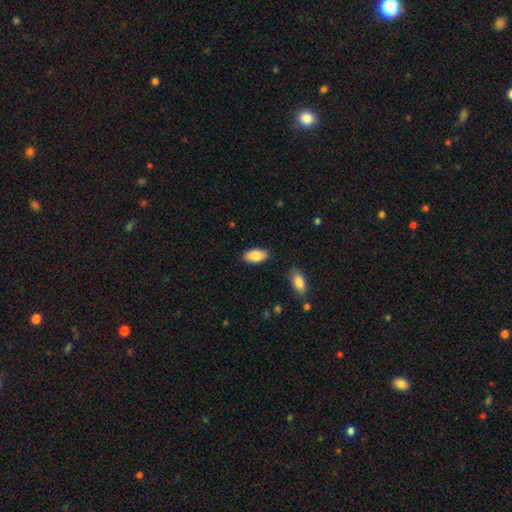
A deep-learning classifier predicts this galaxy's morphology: Overall: smooth (87%). How rounded: in between (93%). Merging: none (86%).